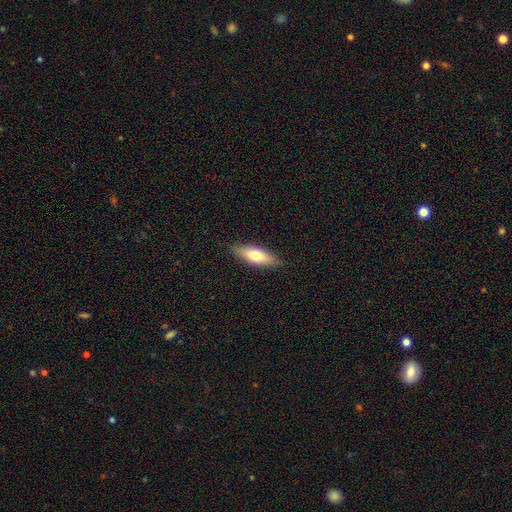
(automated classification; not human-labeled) Smooth or featured? Predicted: smooth (p=0.64). How rounded? Predicted: in between (p=0.54). Merging? Predicted: none (p=0.87).